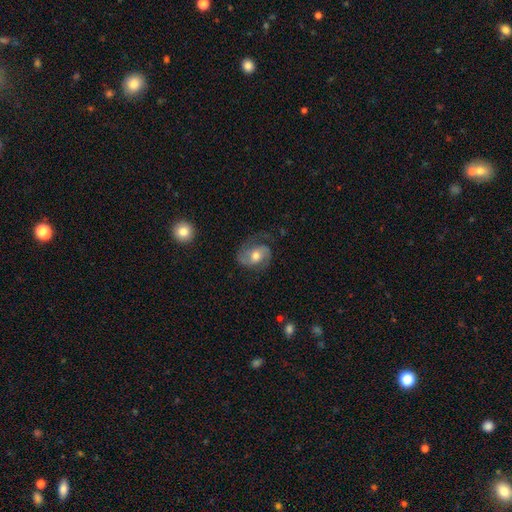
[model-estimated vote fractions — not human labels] Q: Smooth or featured?
A: featured or disk (70%); runner-up: smooth (23%)
Q: Edge-on disk?
A: no (97%); runner-up: yes (3%)
Q: Bar?
A: no (51%); runner-up: weak (37%)
Q: Spiral arms?
A: yes (92%); runner-up: no (8%)
Q: Spiral winding?
A: medium (49%); runner-up: loose (31%)
Q: Spiral arm count?
A: 2 (83%); runner-up: 1 (7%)
Q: Bulge size?
A: moderate (72%); runner-up: small (15%)
Q: Merging?
A: none (62%); runner-up: minor disturbance (21%)